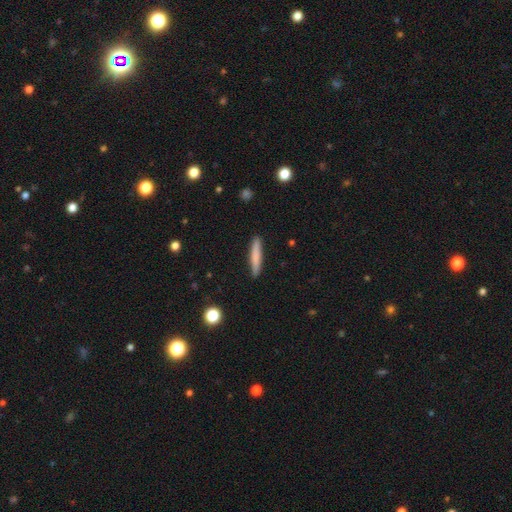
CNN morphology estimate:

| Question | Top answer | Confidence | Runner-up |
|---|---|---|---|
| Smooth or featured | smooth | 75% | featured or disk (20%) |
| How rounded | cigar-shaped | 93% | in between (6%) |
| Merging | none | 89% | minor disturbance (8%) |